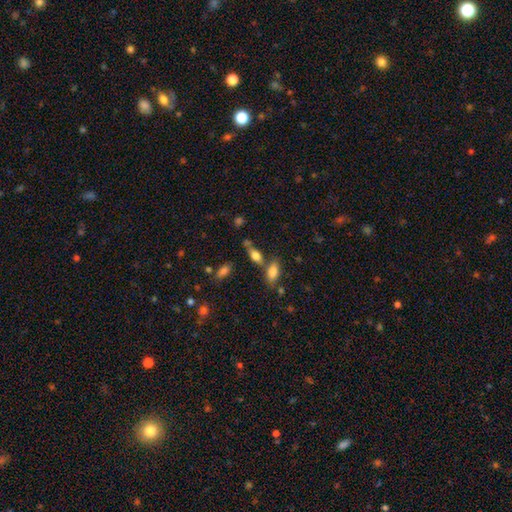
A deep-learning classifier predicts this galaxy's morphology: smooth 72%, featured or disk 17%, star or artifact 11%. Down the decision tree: how rounded — in between (79%); merging — none (56%).